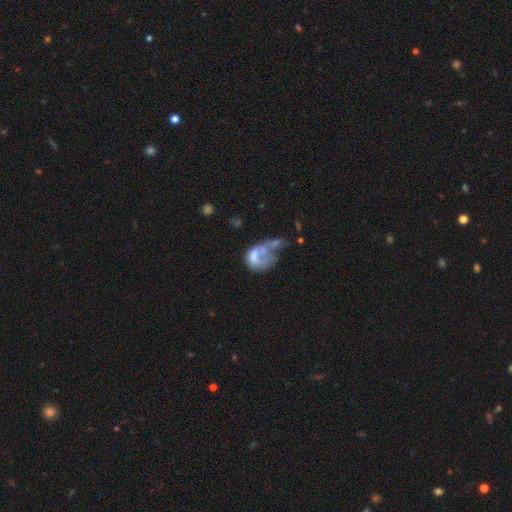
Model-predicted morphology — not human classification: This appears to be a featured or disk galaxy (46%). Merging: major disturbance (42%).